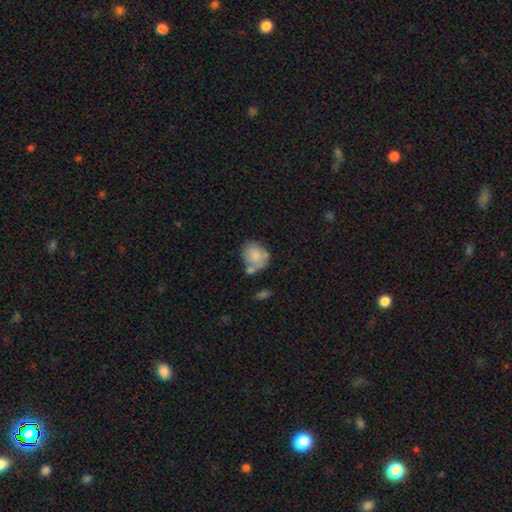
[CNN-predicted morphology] Smooth or featured? smooth (77%)
How rounded? round (54%)
Merging? none (46%)